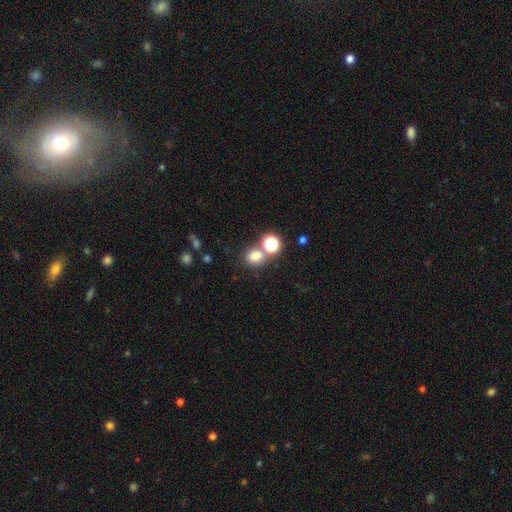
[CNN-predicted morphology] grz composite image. It shows a smooth galaxy with no disk features (75%) that is round (67%). Merging: none (61%).